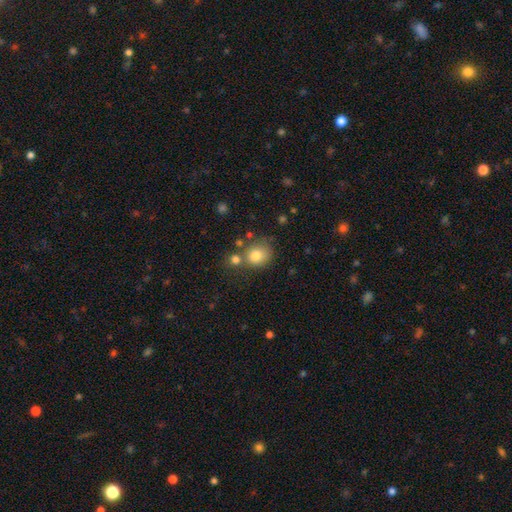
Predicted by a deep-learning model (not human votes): This is likely a smooth galaxy (79%). How rounded: likely round (76%). Merging: possibly none (58%).